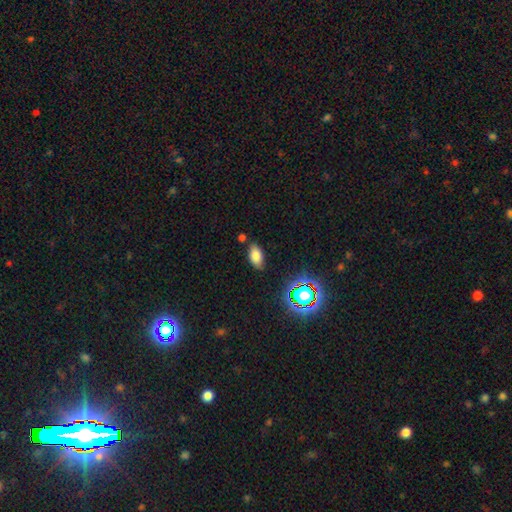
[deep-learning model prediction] This appears to be a smooth galaxy with no disk features (76%) that is in between round and cigar-shaped (91%). Merging: none (79%).